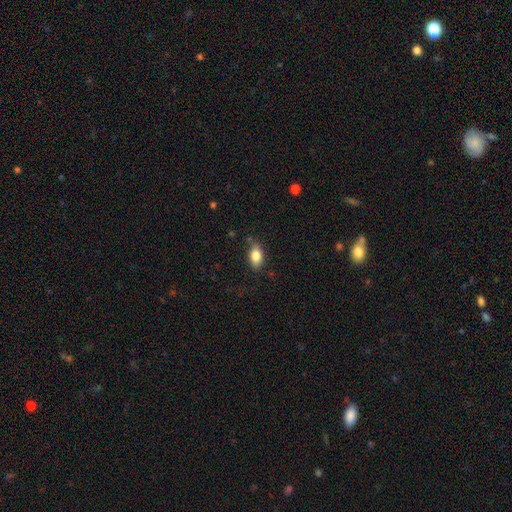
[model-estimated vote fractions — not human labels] smooth_or_featured: smooth (p=0.81) [alt: featured or disk p=0.11]
how_rounded: in between (p=0.88) [alt: round p=0.07]
merging: none (p=0.74) [alt: minor disturbance p=0.19]